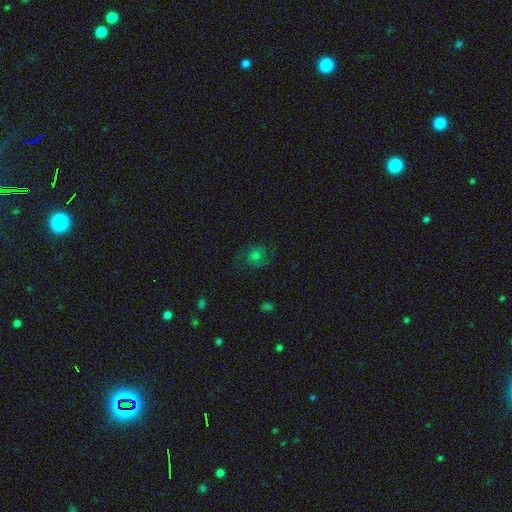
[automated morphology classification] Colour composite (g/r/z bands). It shows a smooth galaxy with no disk features (41%). Merging: none (66%).